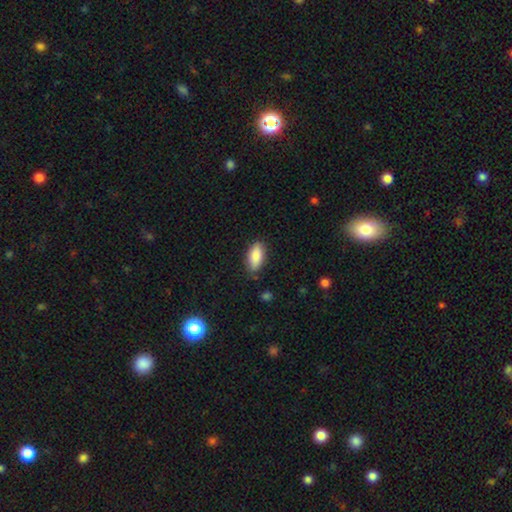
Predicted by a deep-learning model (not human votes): Smooth or featured? smooth (85%)
How rounded? in between (87%)
Merging? none (81%)